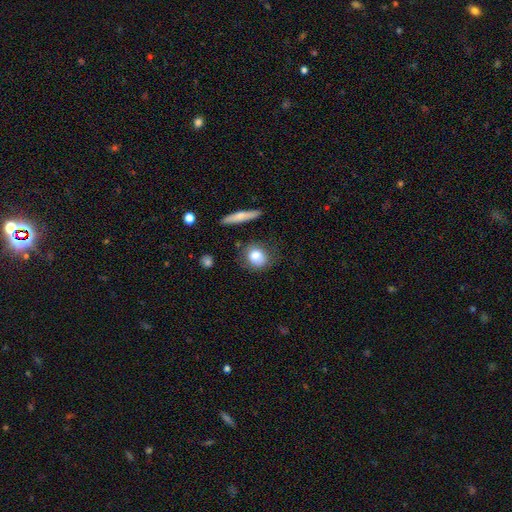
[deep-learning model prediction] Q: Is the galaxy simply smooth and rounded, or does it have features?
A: smooth — 81%.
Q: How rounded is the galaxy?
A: round — 64%.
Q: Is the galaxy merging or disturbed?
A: none — 67%.